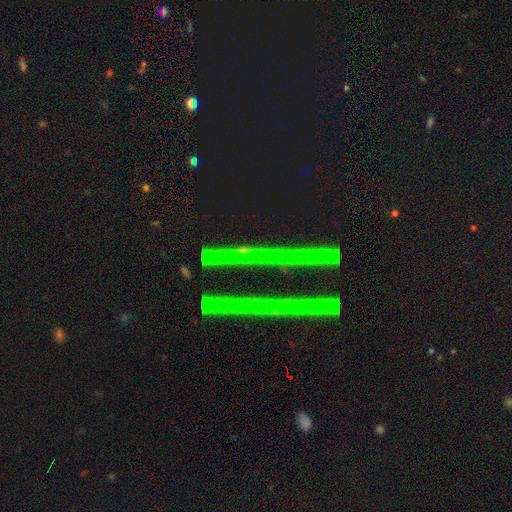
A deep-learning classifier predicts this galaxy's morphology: Smooth or featured: star or artifact — 80% (featured or disk — 13%)